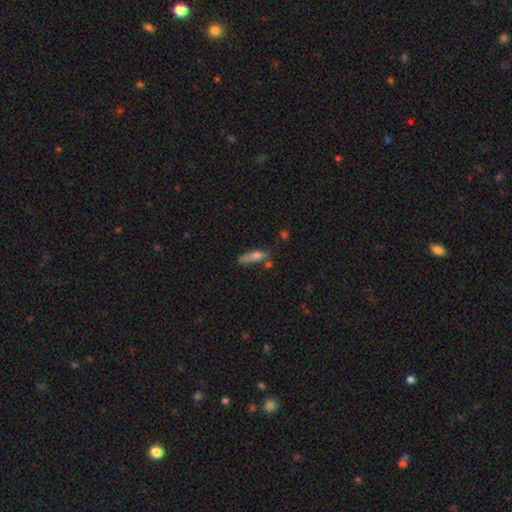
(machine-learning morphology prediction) Smooth or featured?
  - smooth: 71% *
  - featured or disk: 20%
  - star or artifact: 9%
How rounded?
  - cigar-shaped: 60% *
  - in between: 36%
  - round: 3%
Merging?
  - none: 49% *
  - minor disturbance: 28%
  - merger: 11%
  - major disturbance: 11%